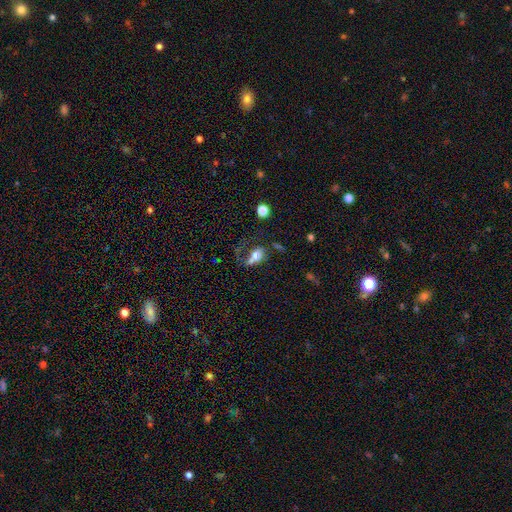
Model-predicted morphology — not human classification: A smooth galaxy with no disk features (63%) that is in between round and cigar-shaped (78%). Merging: major disturbance (30%).